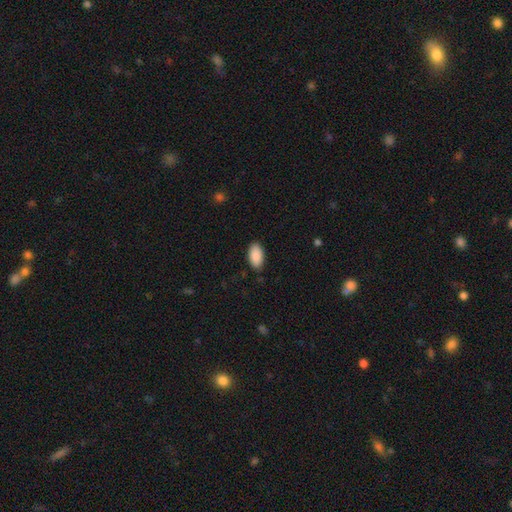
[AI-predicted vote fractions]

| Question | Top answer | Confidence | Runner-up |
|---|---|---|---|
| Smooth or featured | smooth | 91% | star or artifact (6%) |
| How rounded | in between | 95% | cigar-shaped (2%) |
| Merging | none | 87% | minor disturbance (10%) |